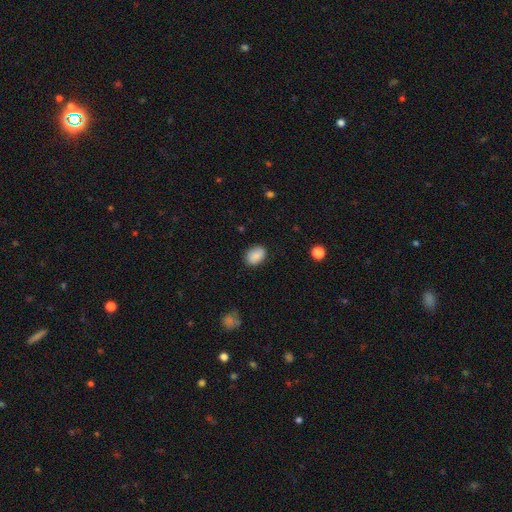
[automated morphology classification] This appears to be a smooth galaxy with no disk features (86%) that is in between round and cigar-shaped (80%). Merging: none (84%).